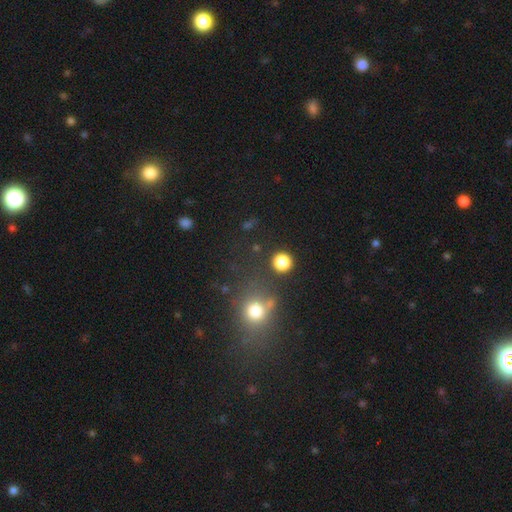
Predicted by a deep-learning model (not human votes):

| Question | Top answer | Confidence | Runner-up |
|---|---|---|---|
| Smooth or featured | smooth | 50% | star or artifact (40%) |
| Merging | none | 75% | minor disturbance (11%) |